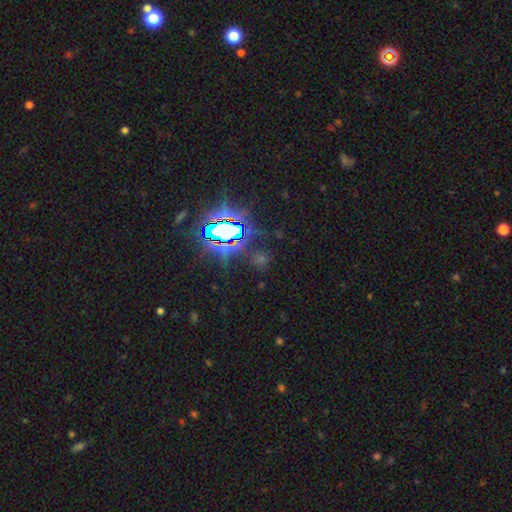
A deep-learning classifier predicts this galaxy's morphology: smooth-or-featured: star or artifact: 79% | smooth: 13% | featured or disk: 8%